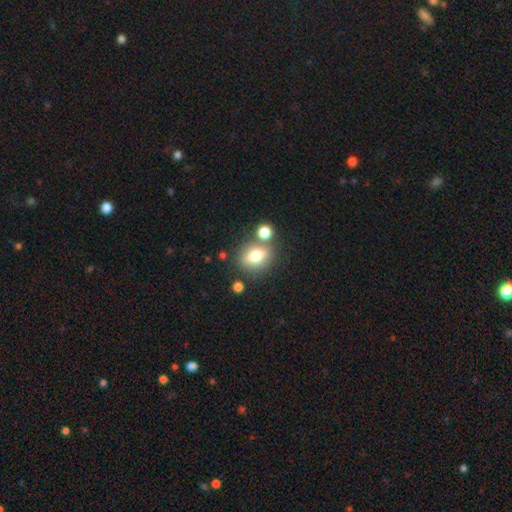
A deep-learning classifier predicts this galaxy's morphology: Smooth or featured: smooth — 69% (featured or disk — 19%)
How rounded: in between — 56% (round — 41%)
Merging: none — 67% (merger — 17%)